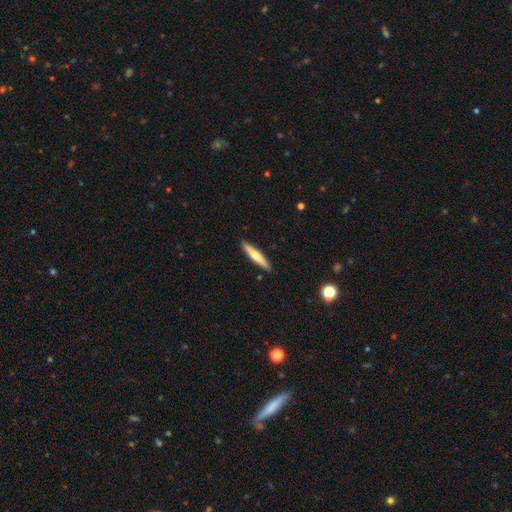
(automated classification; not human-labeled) This is possibly a smooth galaxy (58%). How rounded: clearly cigar-shaped (90%). Merging: clearly none (91%).